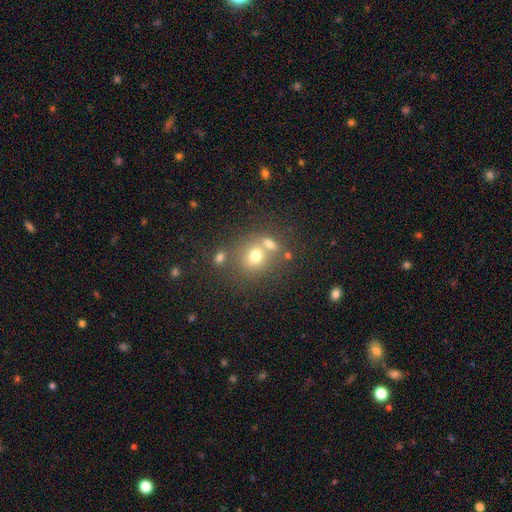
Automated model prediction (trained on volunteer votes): Morphology: type=smooth (70%); roundness=round (73%); merging=none (47%).